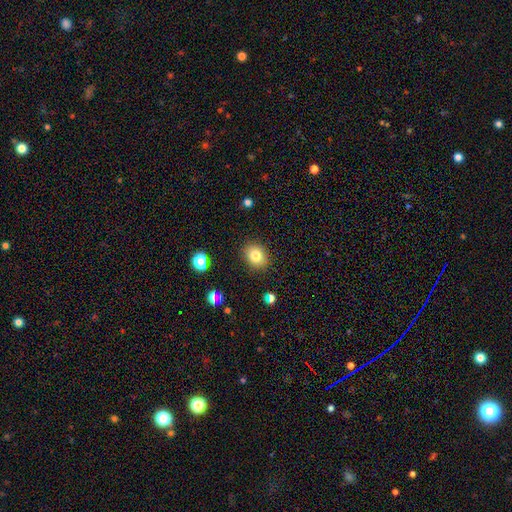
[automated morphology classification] Overall: smooth (82%). How rounded: round (53%; in between 46%). Merging: none (88%).